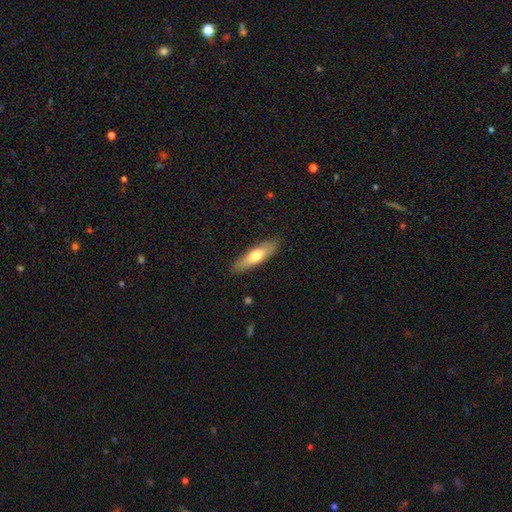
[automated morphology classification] type=smooth (63%); roundness=cigar-shaped (61%); merging=none (86%).